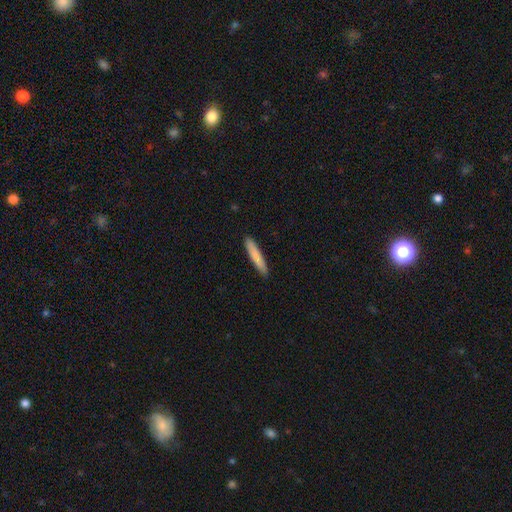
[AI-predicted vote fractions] Morphology: type=smooth (82%); roundness=cigar-shaped (93%); merging=none (91%).